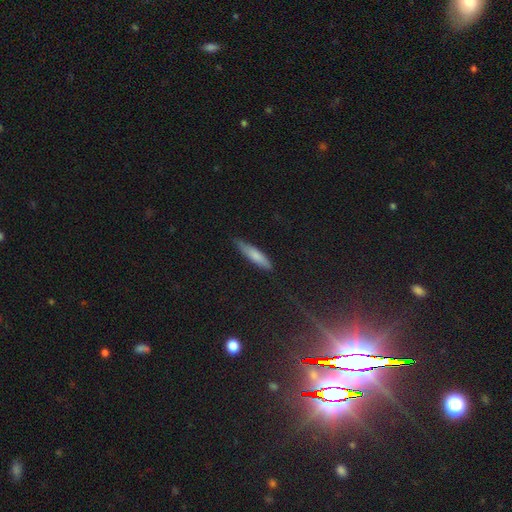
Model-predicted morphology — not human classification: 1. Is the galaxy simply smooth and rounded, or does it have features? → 76% smooth, 17% featured or disk, 7% star or artifact.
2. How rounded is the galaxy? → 81% cigar-shaped, 18% in between, 2% round.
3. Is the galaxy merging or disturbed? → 75% none, 20% minor disturbance, 3% major disturbance, 1% merger.